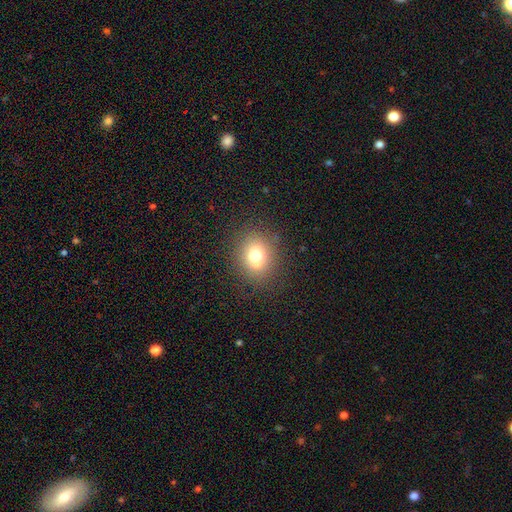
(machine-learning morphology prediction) This is likely a smooth galaxy (71%). How rounded: likely round (71%). Merging: likely none (70%).